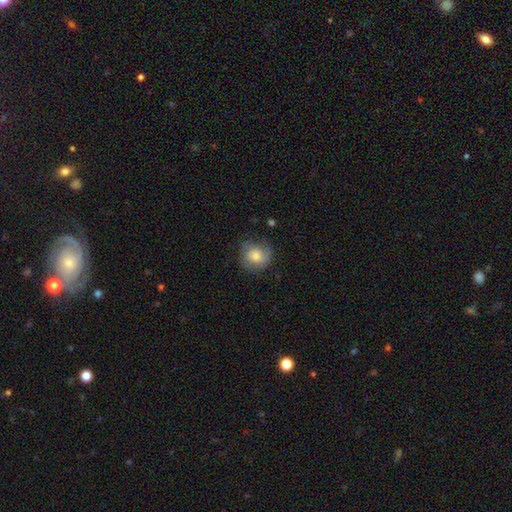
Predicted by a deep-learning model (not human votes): smooth_or_featured: smooth (p=0.68) [alt: featured or disk p=0.24]
how_rounded: round (p=0.84) [alt: in between p=0.15]
merging: none (p=0.69) [alt: minor disturbance p=0.22]